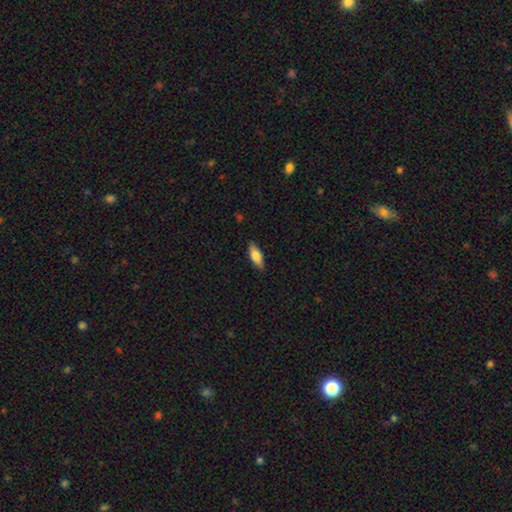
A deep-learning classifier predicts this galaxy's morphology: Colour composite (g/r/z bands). It shows a smooth galaxy with no disk features (76%) that is in between round and cigar-shaped (73%). Merging: none (87%).